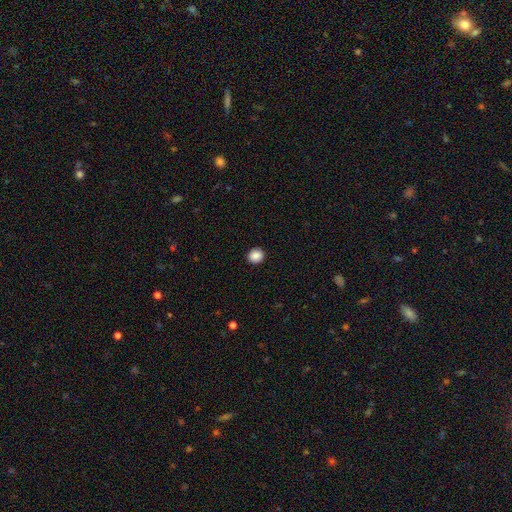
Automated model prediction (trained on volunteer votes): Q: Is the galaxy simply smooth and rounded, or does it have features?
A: smooth — 88%.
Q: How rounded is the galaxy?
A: round — 86%.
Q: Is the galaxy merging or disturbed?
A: none — 93%.